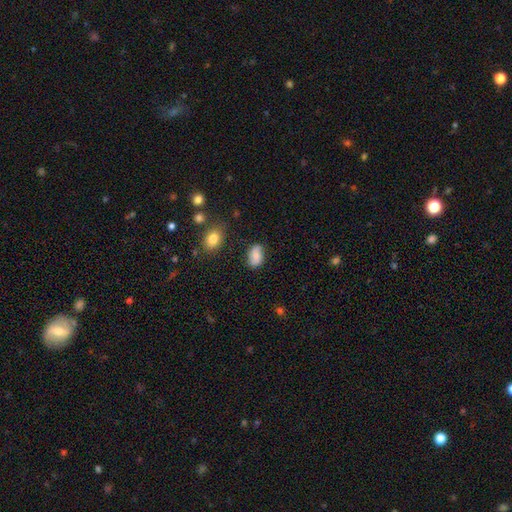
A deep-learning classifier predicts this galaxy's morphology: Q: Smooth or featured?
A: smooth (66%); runner-up: featured or disk (25%)
Q: How rounded?
A: in between (87%); runner-up: round (11%)
Q: Merging?
A: none (78%); runner-up: minor disturbance (16%)